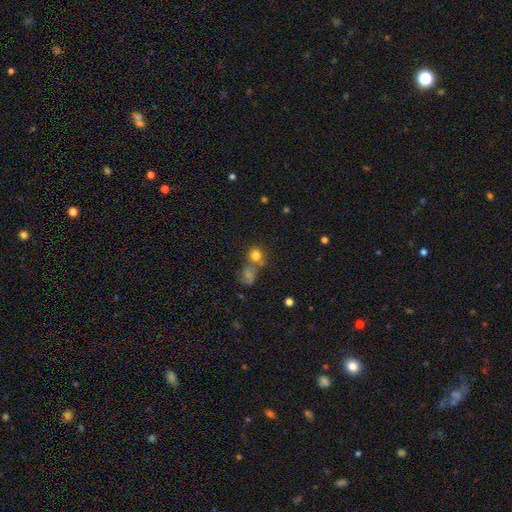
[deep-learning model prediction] Smooth or featured?
  - smooth: 77% *
  - star or artifact: 14%
  - featured or disk: 10%
How rounded?
  - round: 81% *
  - in between: 18%
  - cigar-shaped: 1%
Merging?
  - none: 52% *
  - merger: 30%
  - minor disturbance: 11%
  - major disturbance: 6%